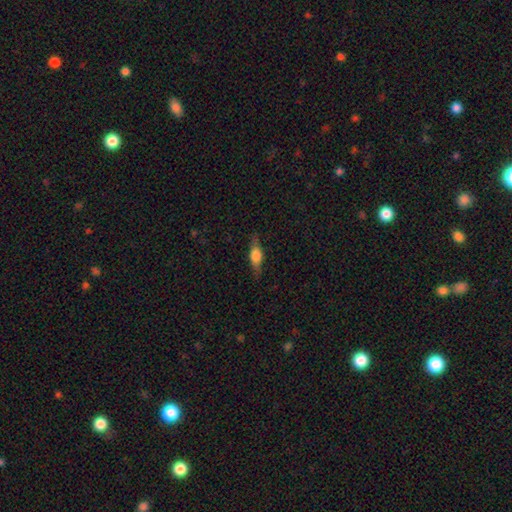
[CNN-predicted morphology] smooth_or_featured: smooth (p=0.50) [alt: featured or disk p=0.42]
how_rounded: in between (p=0.54) [alt: cigar-shaped p=0.40]
merging: none (p=0.82) [alt: minor disturbance p=0.14]